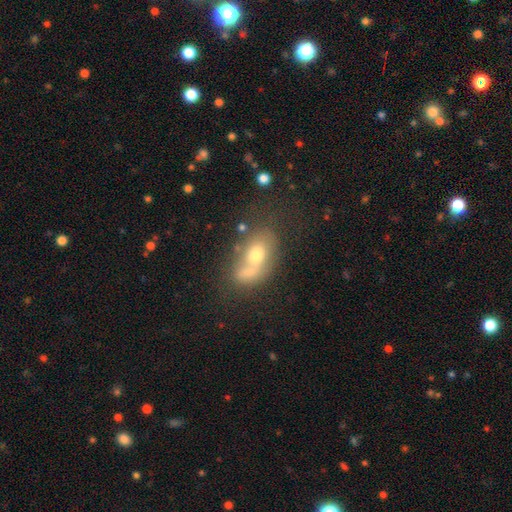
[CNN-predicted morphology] A smooth galaxy with no disk features (61%) that is in between round and cigar-shaped (80%).

Vote fractions:
- Smooth or featured? smooth: 61% / featured or disk: 29% / star or artifact: 10%
- How rounded? in between: 80% / round: 17% / cigar-shaped: 3%
- Merging? merger: 51% / none: 28% / minor disturbance: 13% / major disturbance: 8%